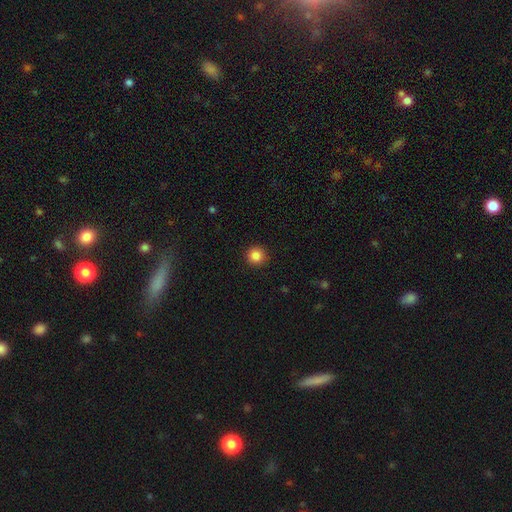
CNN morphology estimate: The model was most divided on "smooth or featured": smooth: 85%, star or artifact: 11%, featured or disk: 4%. More confident: how rounded — round (95%); merging — none (92%).